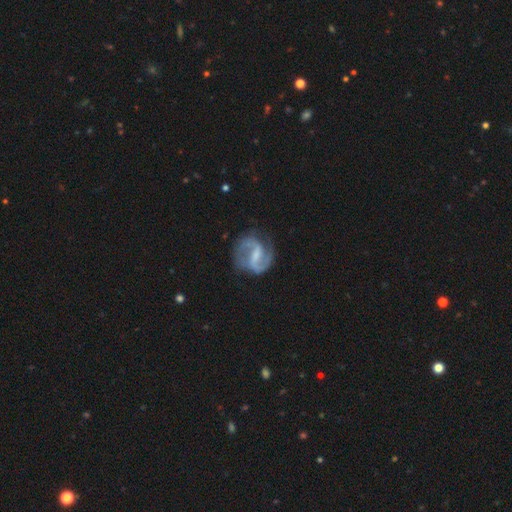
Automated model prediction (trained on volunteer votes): Smooth or featured: featured or disk — 89% (smooth — 6%)
Edge-on disk: no — 98% (yes — 2%)
Bar: weak — 45% (strong — 41%)
Spiral arms: yes — 97% (no — 3%)
Spiral winding: medium — 56% (loose — 26%)
Spiral arm count: 2 — 92% (can't tell — 3%)
Bulge size: none — 36% (small — 35%)
Merging: none — 76% (minor disturbance — 15%)